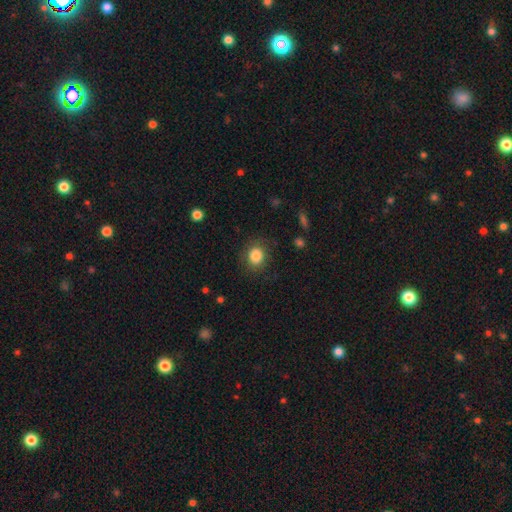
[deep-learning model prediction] Q: Smooth or featured?
A: smooth (85%); runner-up: star or artifact (9%)
Q: How rounded?
A: round (76%); runner-up: in between (23%)
Q: Merging?
A: none (83%); runner-up: minor disturbance (11%)